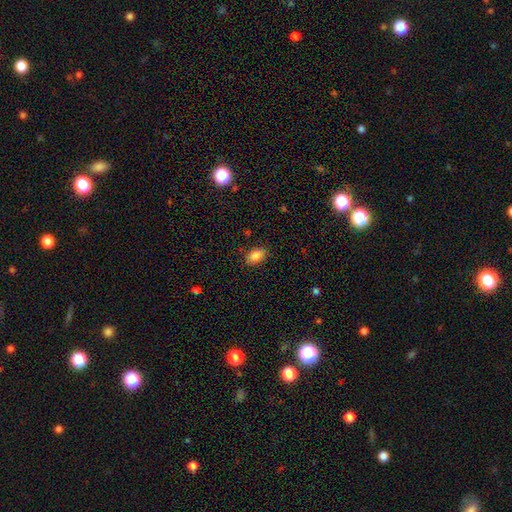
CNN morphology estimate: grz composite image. It shows a smooth galaxy with no disk features (86%) that is in between round and cigar-shaped (89%). Merging: none (84%).